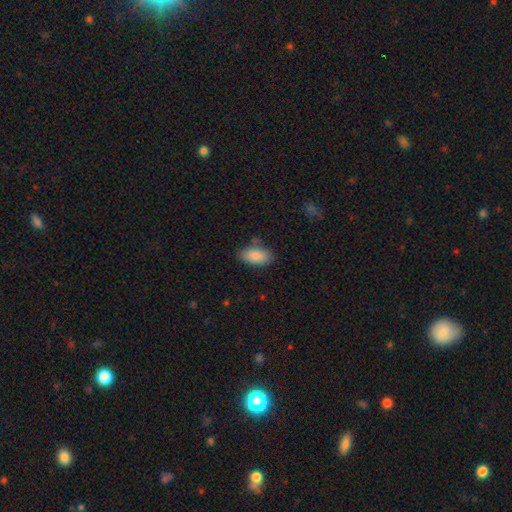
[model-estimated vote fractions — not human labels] smooth 88%, star or artifact 7%, featured or disk 5%. Down the decision tree: how rounded — in between (93%); merging — none (74%).